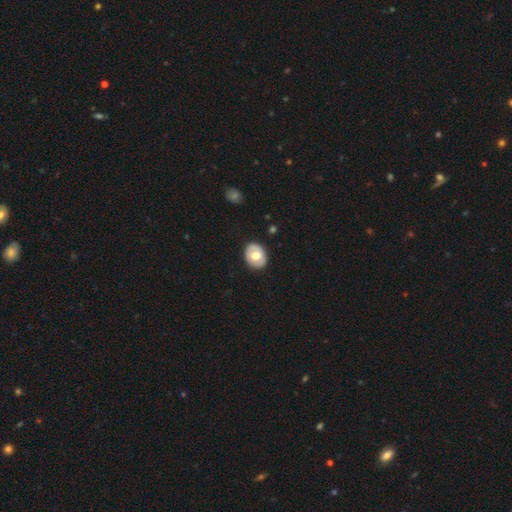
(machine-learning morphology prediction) Smooth or featured?
  - smooth: 60% *
  - featured or disk: 34%
  - star or artifact: 6%
How rounded?
  - in between: 55% *
  - round: 44%
  - cigar-shaped: 1%
Merging?
  - none: 86% *
  - minor disturbance: 10%
  - major disturbance: 2%
  - merger: 1%